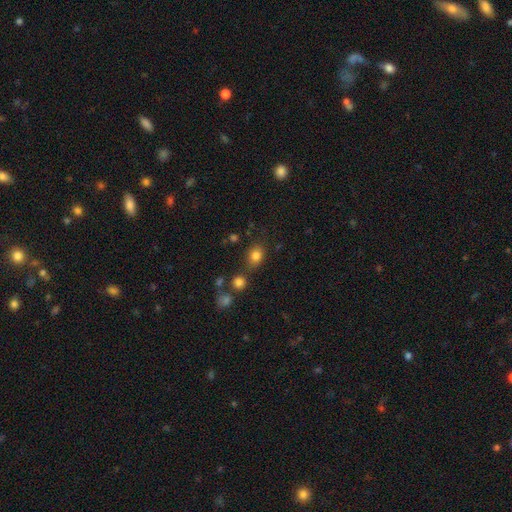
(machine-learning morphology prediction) This appears to be a smooth galaxy with no disk features (81%) that is round (54%). Merging: none (72%).